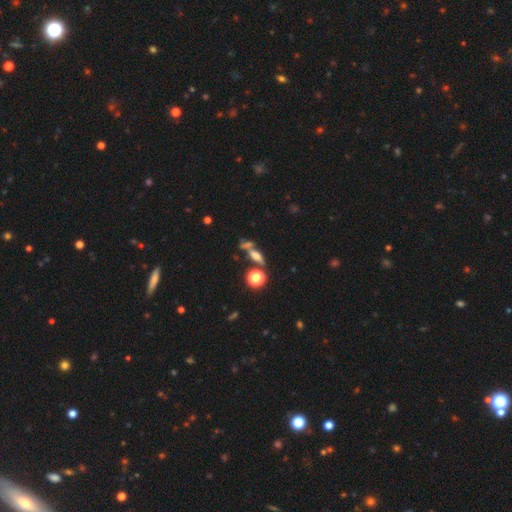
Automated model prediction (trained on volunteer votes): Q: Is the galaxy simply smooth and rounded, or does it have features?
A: smooth — 47%.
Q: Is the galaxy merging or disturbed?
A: none — 56%.